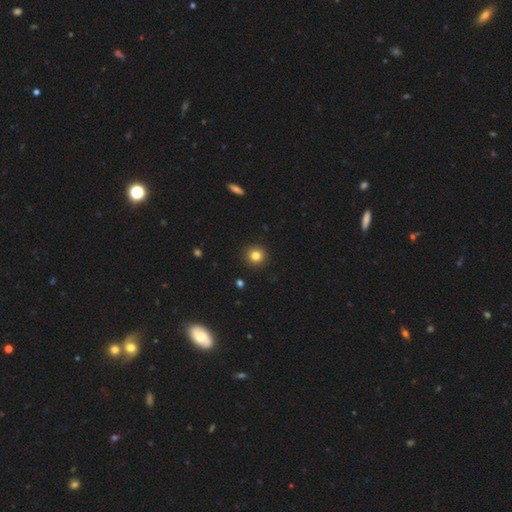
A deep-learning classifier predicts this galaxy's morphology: type=smooth (82%); roundness=round (94%); merging=none (92%).